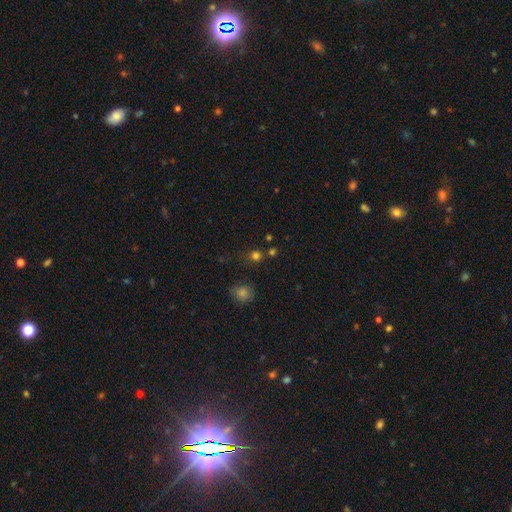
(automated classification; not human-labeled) A smooth galaxy with no disk features (72%) that is round (87%). Merging: none (74%).